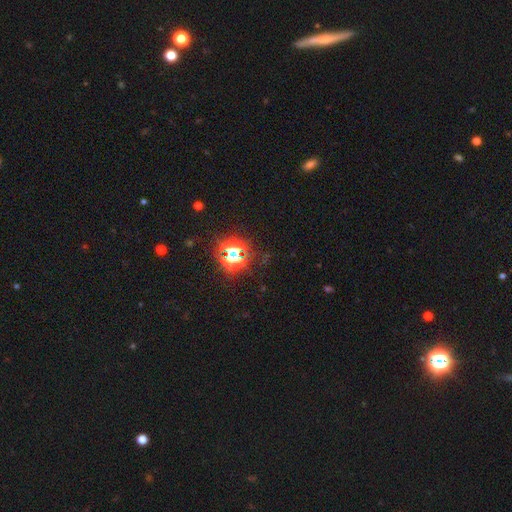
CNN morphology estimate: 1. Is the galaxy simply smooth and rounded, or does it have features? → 72% star or artifact, 22% smooth, 6% featured or disk.